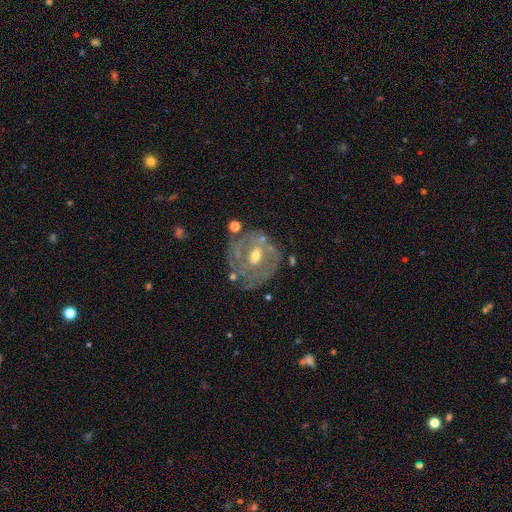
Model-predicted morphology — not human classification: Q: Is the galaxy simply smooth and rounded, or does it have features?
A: featured or disk — 80%.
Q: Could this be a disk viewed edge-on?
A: no — 97%.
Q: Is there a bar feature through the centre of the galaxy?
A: no — 48%.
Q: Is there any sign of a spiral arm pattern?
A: yes — 72%.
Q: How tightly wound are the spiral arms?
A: tight — 67%.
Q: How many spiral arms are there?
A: can't tell — 44%.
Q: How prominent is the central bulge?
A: moderate — 54%.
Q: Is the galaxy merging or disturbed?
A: none — 65%.